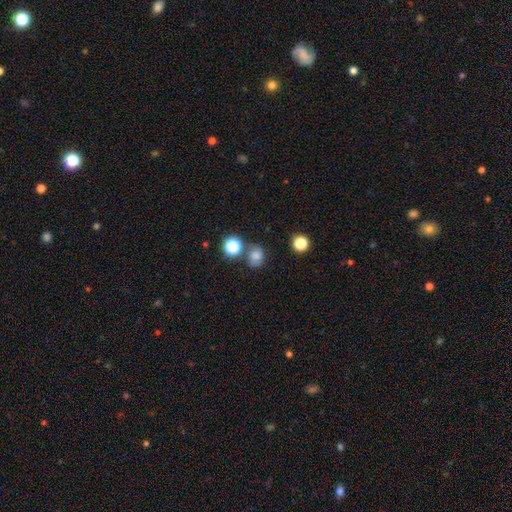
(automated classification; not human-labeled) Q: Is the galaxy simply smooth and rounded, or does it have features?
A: smooth — 69%.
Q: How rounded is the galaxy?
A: round — 66%.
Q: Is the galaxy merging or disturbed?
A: none — 61%.